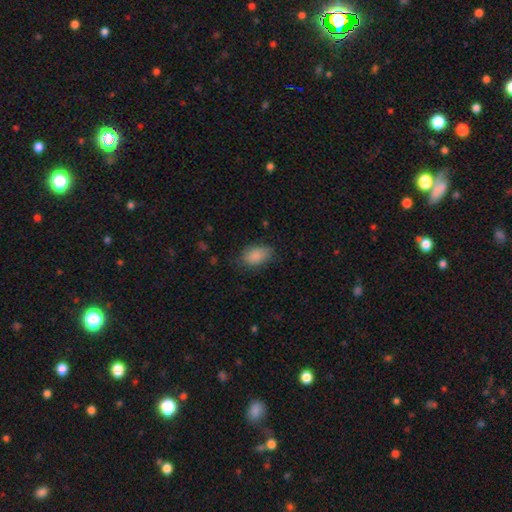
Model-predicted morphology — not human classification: Smooth or featured: smooth — 86% (star or artifact — 7%)
How rounded: in between — 90% (round — 8%)
Merging: none — 71% (minor disturbance — 22%)